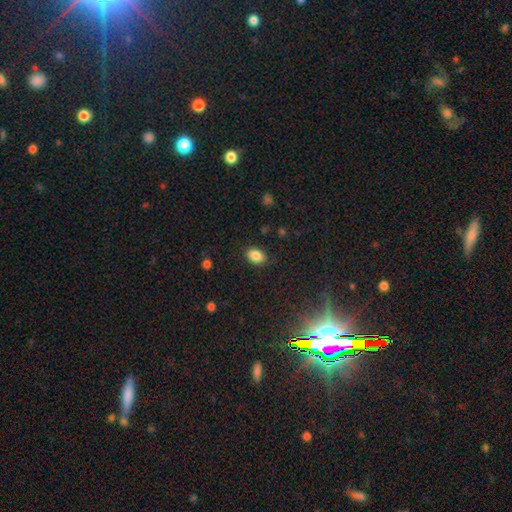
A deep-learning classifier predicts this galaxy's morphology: Smooth or featured?
  - smooth: 86% *
  - star or artifact: 9%
  - featured or disk: 5%
How rounded?
  - in between: 82% *
  - round: 17%
  - cigar-shaped: 1%
Merging?
  - none: 87% *
  - minor disturbance: 9%
  - major disturbance: 3%
  - merger: 1%